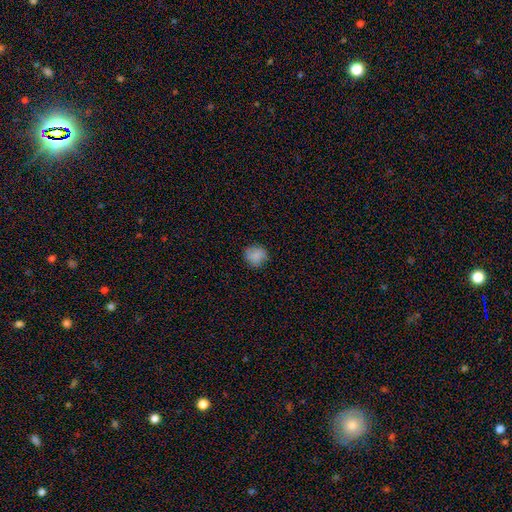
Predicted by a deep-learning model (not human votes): Morphology: type=smooth (85%); roundness=round (85%); merging=none (84%).